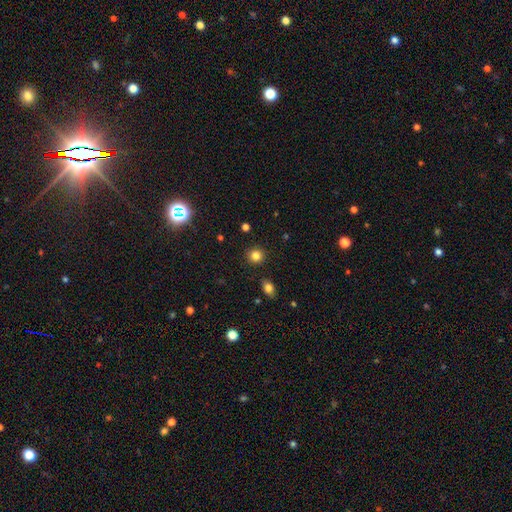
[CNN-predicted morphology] Q: Smooth or featured?
A: smooth (83%); runner-up: star or artifact (13%)
Q: How rounded?
A: round (91%); runner-up: in between (8%)
Q: Merging?
A: none (91%); runner-up: minor disturbance (5%)